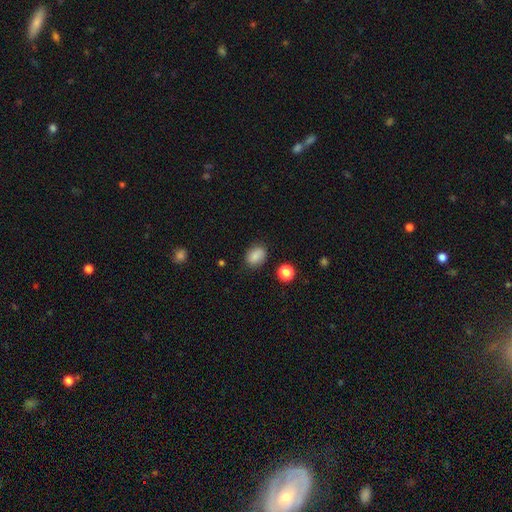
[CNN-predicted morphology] Smooth or featured: smooth — 84% (star or artifact — 10%)
How rounded: in between — 65% (round — 34%)
Merging: none — 80% (minor disturbance — 14%)